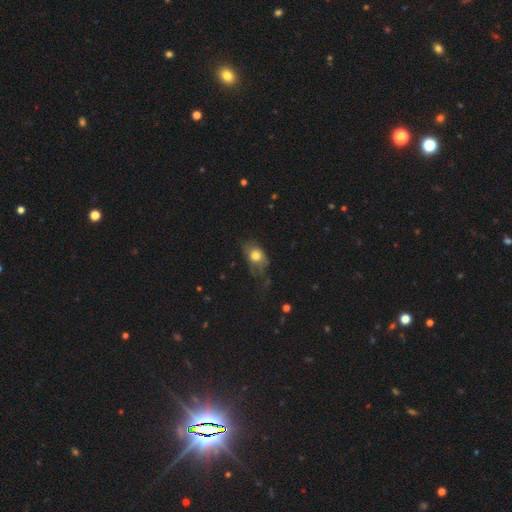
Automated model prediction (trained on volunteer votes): A smooth galaxy with no disk features (72%) that is in between round and cigar-shaped (72%).

Vote fractions:
- Smooth or featured? smooth: 72% / featured or disk: 19% / star or artifact: 9%
- How rounded? in between: 72% / round: 26% / cigar-shaped: 2%
- Merging? none: 38% / minor disturbance: 31% / major disturbance: 29% / merger: 2%